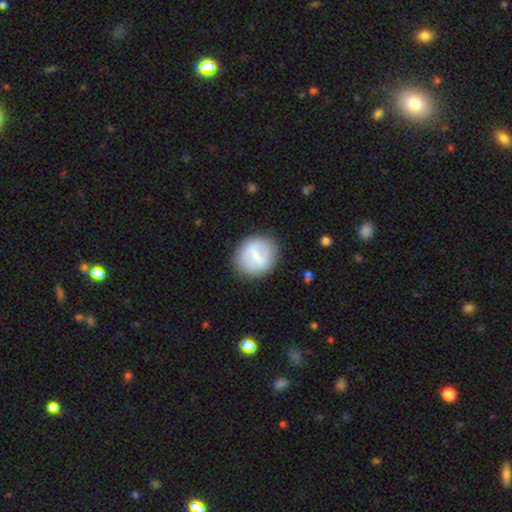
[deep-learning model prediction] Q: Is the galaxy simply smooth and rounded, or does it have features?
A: smooth — 59%.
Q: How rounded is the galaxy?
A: round — 78%.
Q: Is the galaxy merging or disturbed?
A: none — 82%.